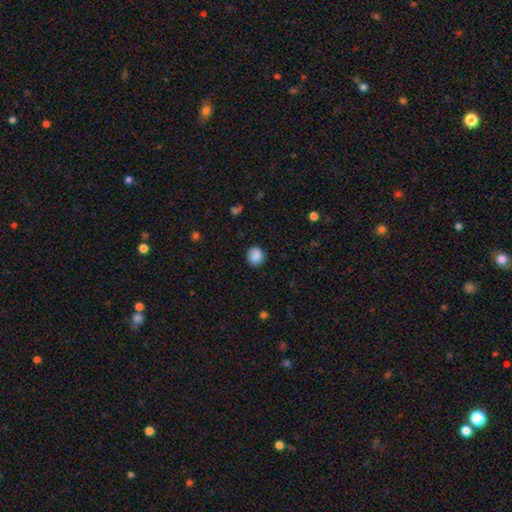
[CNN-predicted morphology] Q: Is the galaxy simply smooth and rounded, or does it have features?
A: smooth — 87%.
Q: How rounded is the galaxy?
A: round — 78%.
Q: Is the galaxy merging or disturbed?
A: none — 85%.